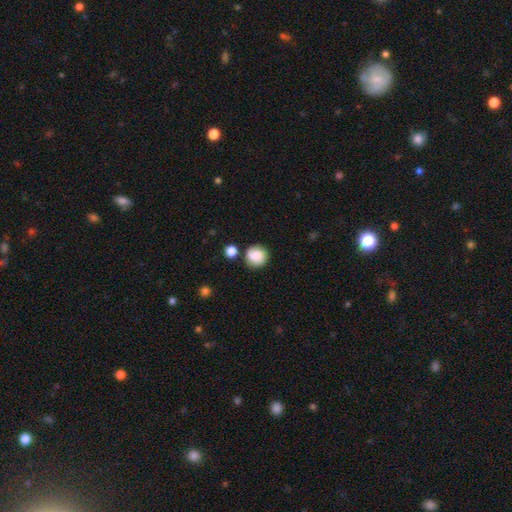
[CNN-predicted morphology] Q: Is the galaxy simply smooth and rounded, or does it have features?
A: smooth — 79%.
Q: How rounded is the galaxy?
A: round — 89%.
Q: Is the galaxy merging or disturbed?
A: none — 70%.